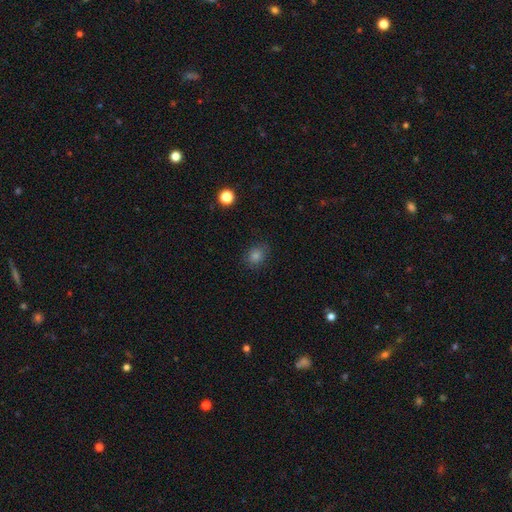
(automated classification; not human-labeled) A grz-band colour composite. It shows a smooth galaxy with no disk features (76%) that is round (65%). Merging: none (84%).